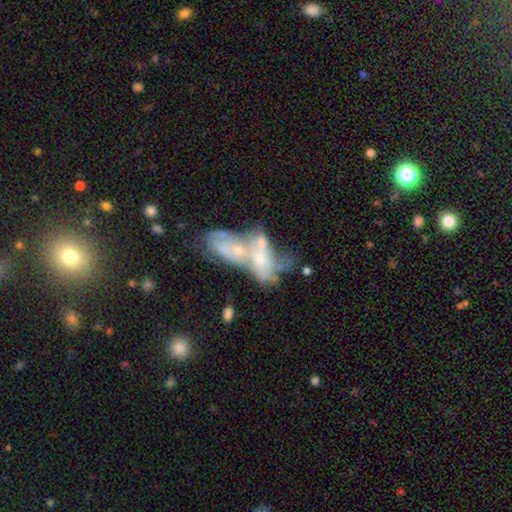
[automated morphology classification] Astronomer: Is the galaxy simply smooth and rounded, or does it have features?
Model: featured or disk — 59%.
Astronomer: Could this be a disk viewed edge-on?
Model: no — 92%.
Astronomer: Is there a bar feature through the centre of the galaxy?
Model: no — 81%.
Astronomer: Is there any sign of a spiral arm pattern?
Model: no — 67%.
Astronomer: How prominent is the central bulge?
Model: small — 38%, tied with moderate at 38%.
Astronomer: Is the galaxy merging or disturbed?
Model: merger — 70%.